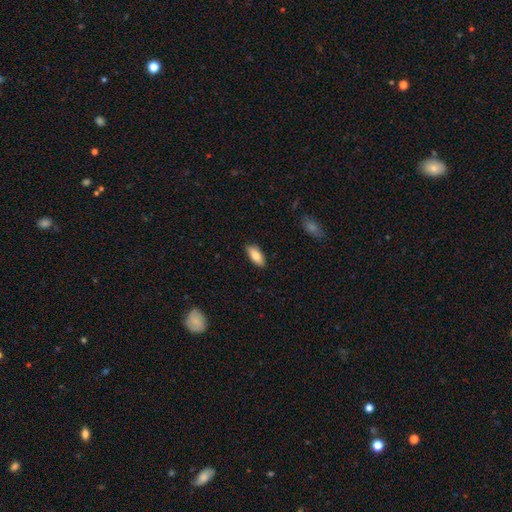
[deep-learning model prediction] smooth 81%, featured or disk 13%, star or artifact 6%. Down the decision tree: how rounded — in between (81%); merging — none (87%).